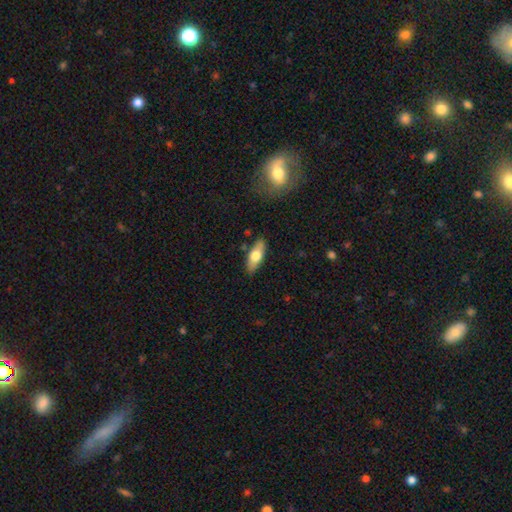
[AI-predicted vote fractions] Smooth or featured: smooth — 64% (featured or disk — 30%)
How rounded: in between — 69% (cigar-shaped — 29%)
Merging: none — 85% (minor disturbance — 11%)